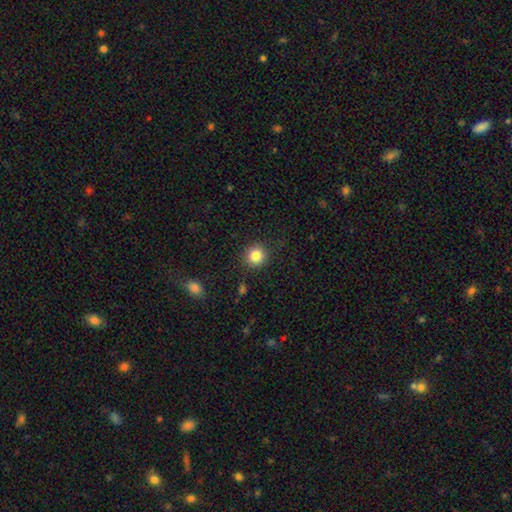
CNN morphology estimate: This is clearly a smooth galaxy (84%). How rounded: clearly round (88%). Merging: clearly none (89%).